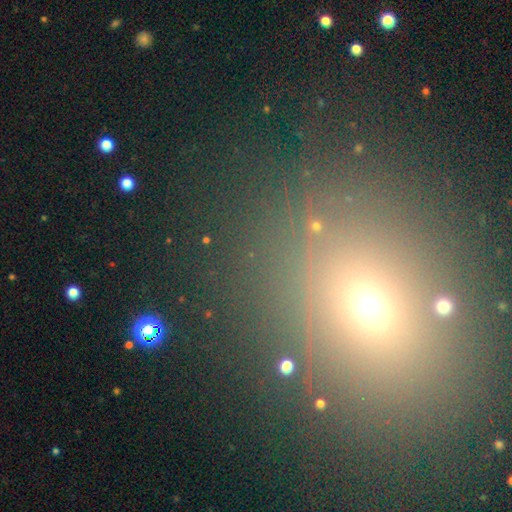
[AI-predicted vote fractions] Morphology: type=smooth (50%); merging=none (83%).